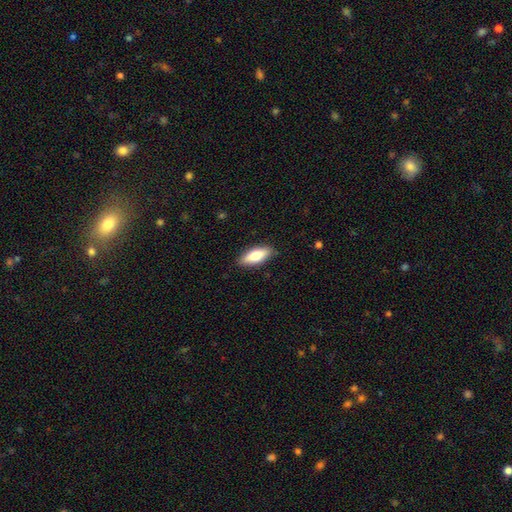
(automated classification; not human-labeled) smooth_or_featured: smooth (p=0.71) [alt: featured or disk p=0.23]
how_rounded: in between (p=0.71) [alt: cigar-shaped p=0.27]
merging: none (p=0.88) [alt: minor disturbance p=0.09]